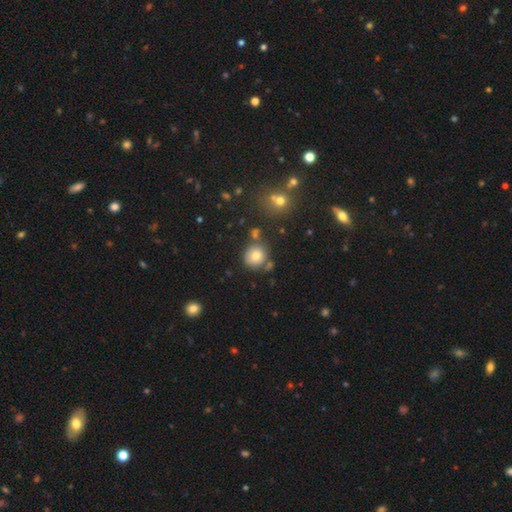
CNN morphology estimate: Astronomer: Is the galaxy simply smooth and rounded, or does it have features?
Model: smooth — 77%.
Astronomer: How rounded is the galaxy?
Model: round — 87%.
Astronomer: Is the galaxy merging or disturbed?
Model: none — 71%.